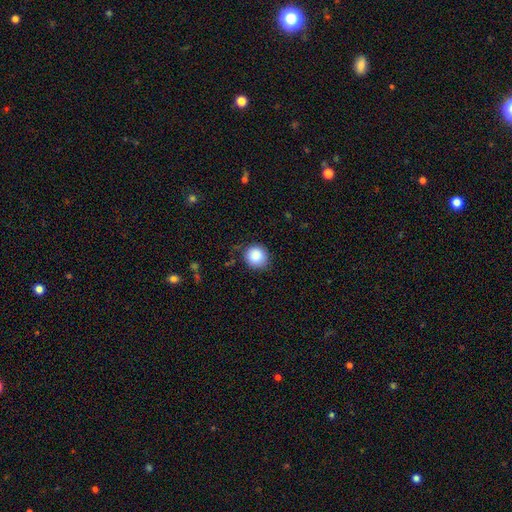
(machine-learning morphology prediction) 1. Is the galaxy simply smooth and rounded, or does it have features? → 88% smooth, 8% star or artifact, 4% featured or disk.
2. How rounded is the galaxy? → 90% round, 9% in between, 1% cigar-shaped.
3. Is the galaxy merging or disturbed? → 83% none, 13% minor disturbance, 3% major disturbance, 1% merger.